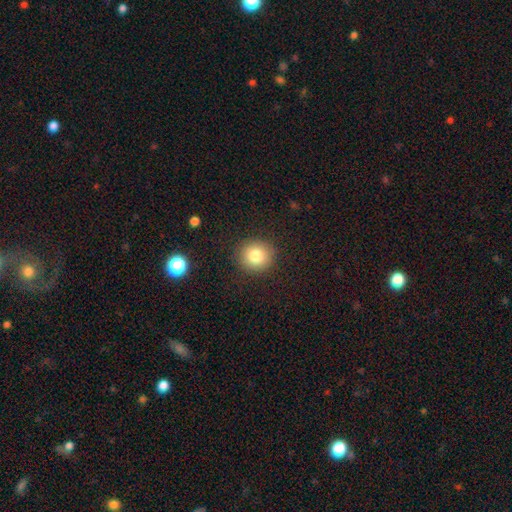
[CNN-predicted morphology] A smooth galaxy with no disk features (81%) that is round (88%).

Vote fractions:
- Smooth or featured? smooth: 81% / star or artifact: 11% / featured or disk: 9%
- How rounded? round: 88% / in between: 11% / cigar-shaped: 1%
- Merging? none: 89% / minor disturbance: 7% / major disturbance: 3% / merger: 1%